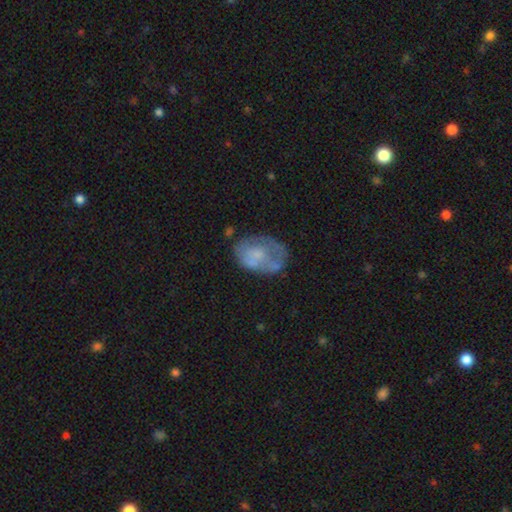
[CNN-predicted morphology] A smooth galaxy with no disk features (48%).

Vote fractions:
- Smooth or featured? smooth: 48% / featured or disk: 45% / star or artifact: 8%
- Merging? none: 42% / minor disturbance: 28% / major disturbance: 23% / merger: 7%